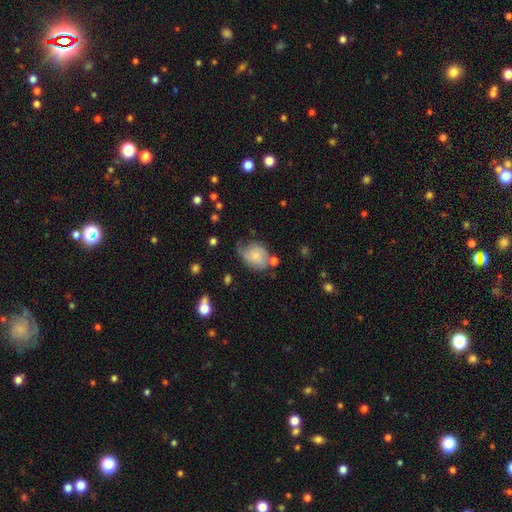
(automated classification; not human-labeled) Smooth or featured: smooth — 55% (featured or disk — 37%)
How rounded: in between — 56% (round — 43%)
Merging: none — 38% (minor disturbance — 36%)